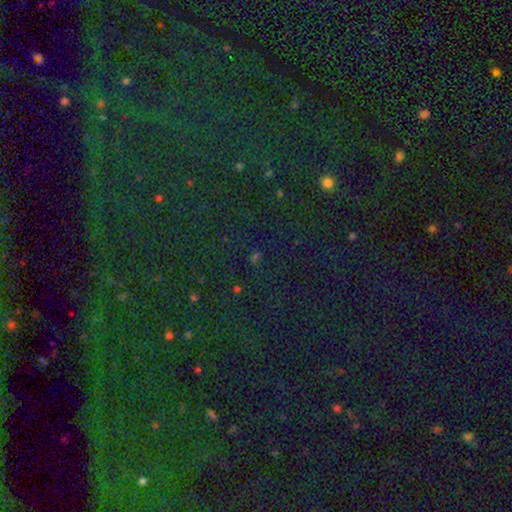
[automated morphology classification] Smooth or featured? star or artifact (77%)